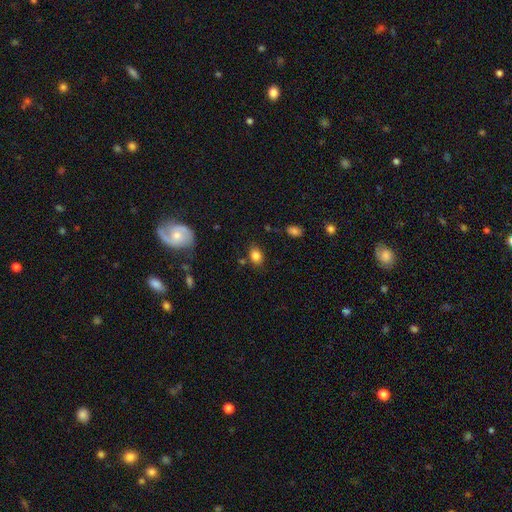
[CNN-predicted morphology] A smooth galaxy with no disk features (83%) that is in between round and cigar-shaped (69%). Merging: none (78%).